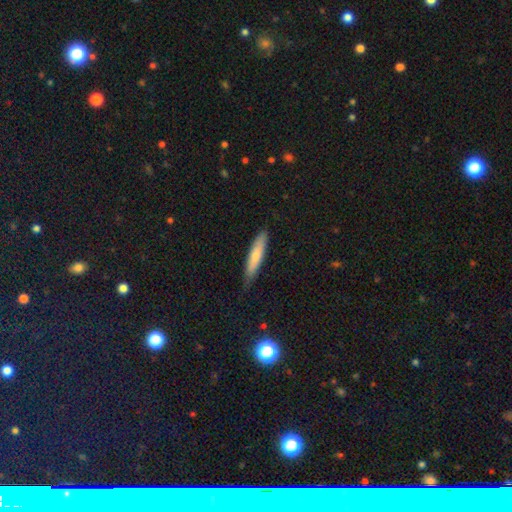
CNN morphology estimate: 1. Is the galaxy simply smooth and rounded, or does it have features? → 75% smooth, 20% featured or disk, 5% star or artifact.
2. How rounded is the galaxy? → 84% cigar-shaped, 15% in between, 1% round.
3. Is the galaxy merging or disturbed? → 77% none, 19% minor disturbance, 3% major disturbance, 1% merger.